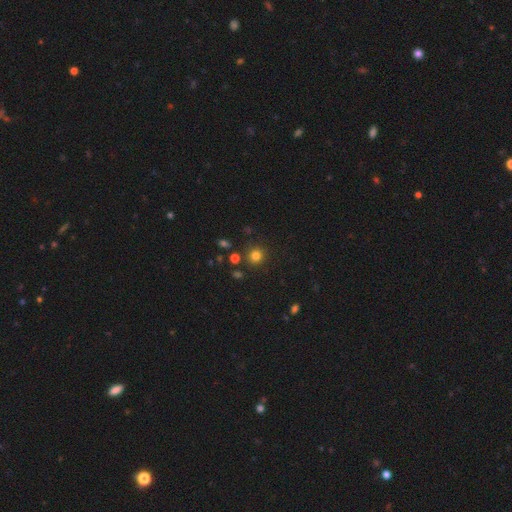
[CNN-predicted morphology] Smooth or featured? smooth (79%)
How rounded? round (91%)
Merging? none (86%)